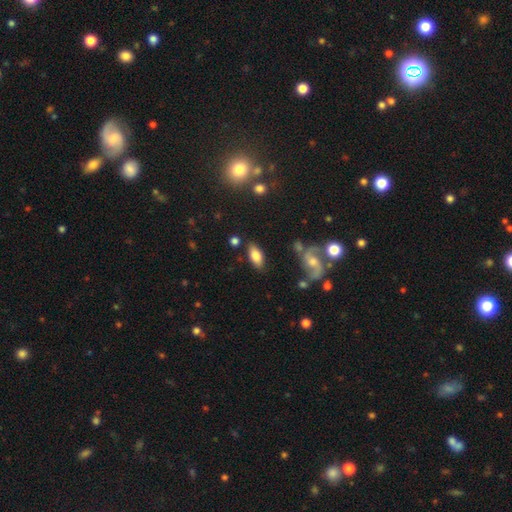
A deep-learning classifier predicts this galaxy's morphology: Smooth or featured: smooth — 75% (featured or disk — 18%)
How rounded: in between — 88% (cigar-shaped — 9%)
Merging: none — 79% (minor disturbance — 13%)